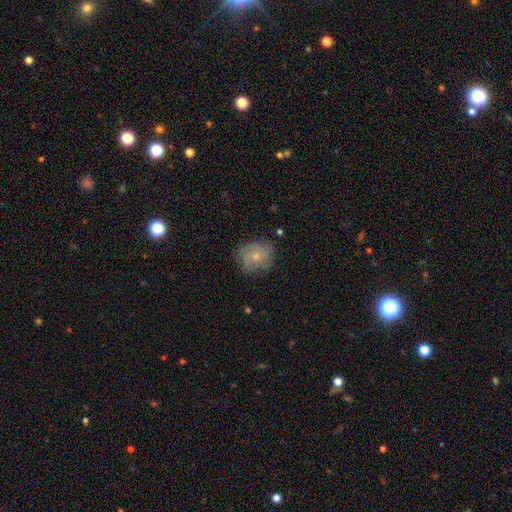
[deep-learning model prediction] Overall: smooth (51%; featured or disk 41%). How rounded: round (71%). Merging: none (72%).